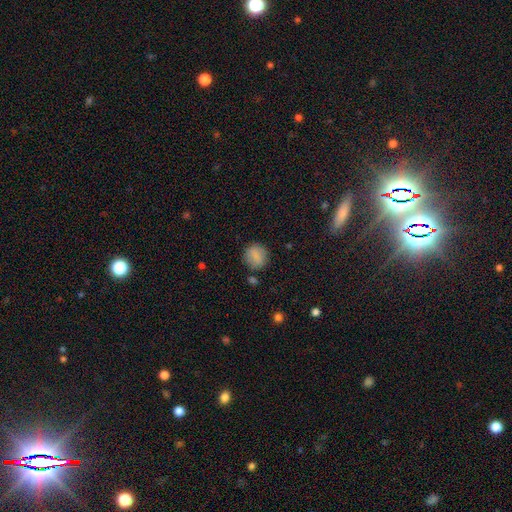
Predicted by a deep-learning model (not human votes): A smooth galaxy with no disk features (81%) that is round (85%).

Vote fractions:
- Smooth or featured? smooth: 81% / featured or disk: 10% / star or artifact: 9%
- How rounded? round: 85% / in between: 14% / cigar-shaped: 1%
- Merging? none: 81% / minor disturbance: 12% / major disturbance: 4% / merger: 3%